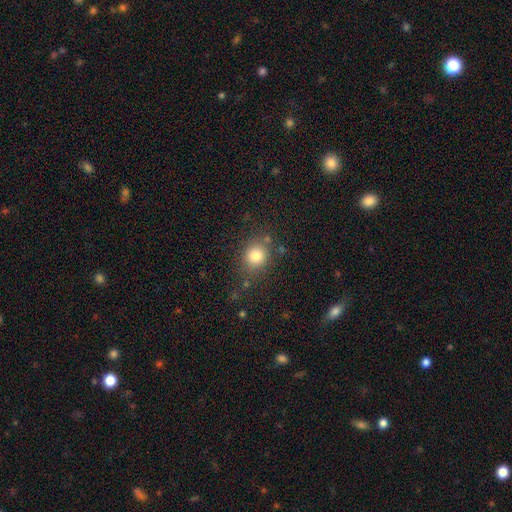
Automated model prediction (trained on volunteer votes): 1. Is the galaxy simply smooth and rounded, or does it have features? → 81% smooth, 12% star or artifact, 8% featured or disk.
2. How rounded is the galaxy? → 78% round, 21% in between, 1% cigar-shaped.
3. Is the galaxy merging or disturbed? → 76% none, 13% minor disturbance, 5% major disturbance, 5% merger.